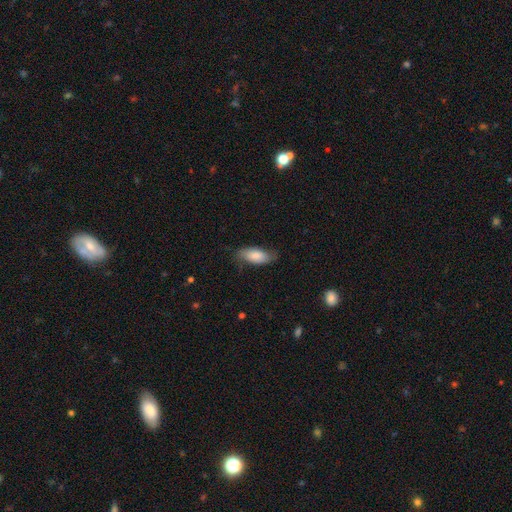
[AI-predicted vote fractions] Q: Smooth or featured?
A: smooth (79%); runner-up: featured or disk (15%)
Q: How rounded?
A: in between (83%); runner-up: cigar-shaped (15%)
Q: Merging?
A: none (70%); runner-up: minor disturbance (24%)